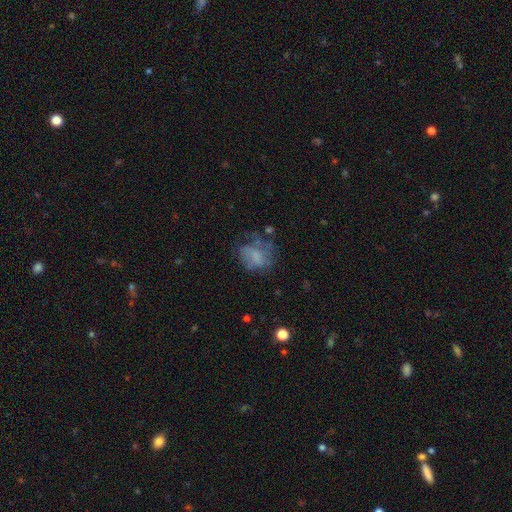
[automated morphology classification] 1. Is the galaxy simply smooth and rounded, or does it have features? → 54% smooth, 33% featured or disk, 12% star or artifact.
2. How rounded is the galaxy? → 53% in between, 46% round, 1% cigar-shaped.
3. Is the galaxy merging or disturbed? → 40% none, 30% major disturbance, 25% minor disturbance, 4% merger.